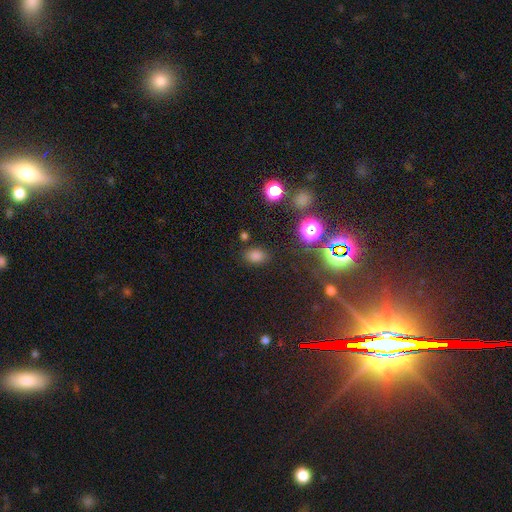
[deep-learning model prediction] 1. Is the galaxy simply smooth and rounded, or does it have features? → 73% smooth, 22% star or artifact, 6% featured or disk.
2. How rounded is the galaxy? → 75% in between, 24% round, 1% cigar-shaped.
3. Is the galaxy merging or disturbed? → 82% none, 11% minor disturbance, 4% major disturbance, 3% merger.